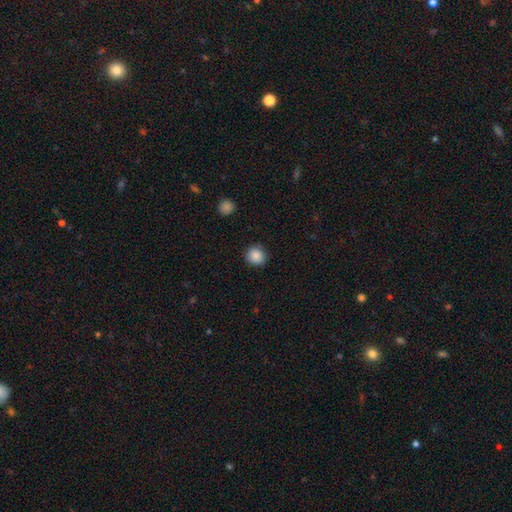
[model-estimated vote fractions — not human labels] Q: Smooth or featured?
A: smooth (88%); runner-up: star or artifact (9%)
Q: How rounded?
A: round (91%); runner-up: in between (8%)
Q: Merging?
A: none (89%); runner-up: minor disturbance (7%)